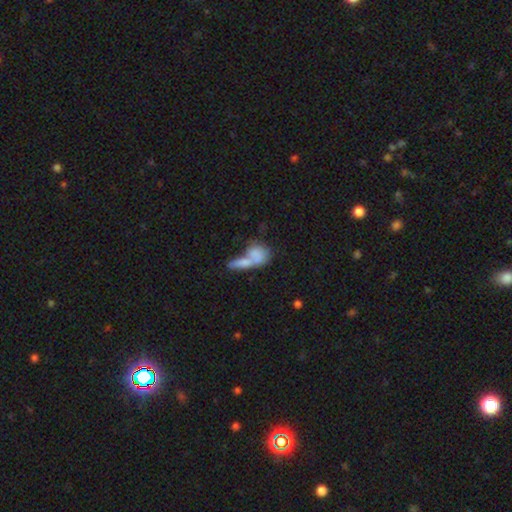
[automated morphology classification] A smooth galaxy with no disk features (73%) that is in between round and cigar-shaped (58%). Merging: merger (62%).